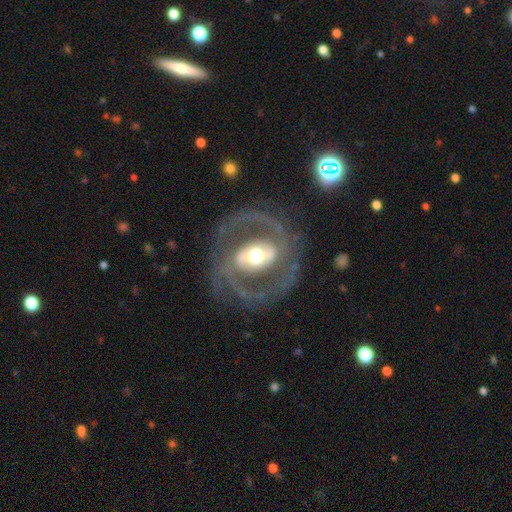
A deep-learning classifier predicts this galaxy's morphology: A featured or disk galaxy (82%) with a strong bar (38%), 2 (84%) medium (49%) spiral arms (76%) and a moderate central bulge (59%). Merging: none (75%).